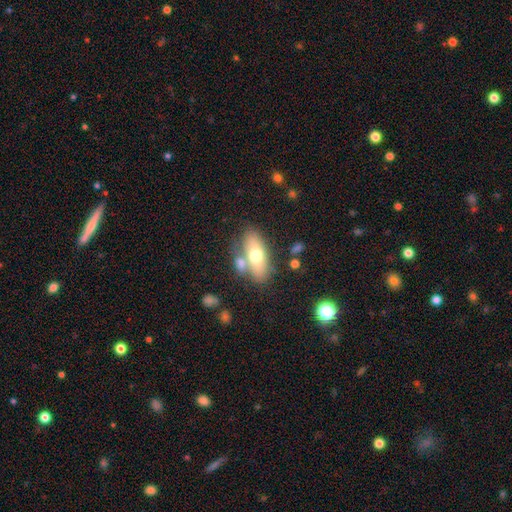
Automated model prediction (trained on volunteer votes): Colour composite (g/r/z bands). It shows a smooth galaxy with no disk features (63%) that is in between round and cigar-shaped (80%). Merging: none (61%).